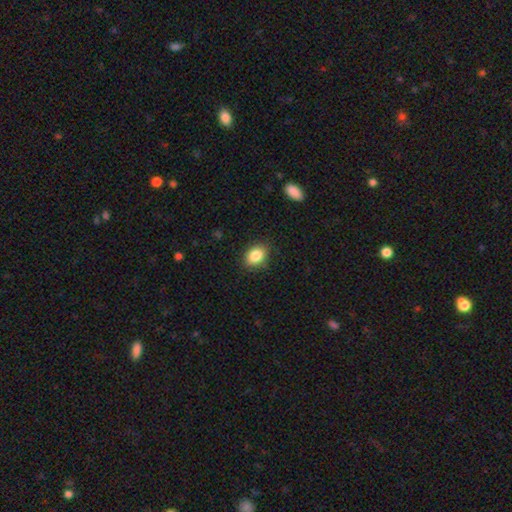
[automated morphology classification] A smooth galaxy with no disk features (85%) that is in between round and cigar-shaped (70%).

Vote fractions:
- Smooth or featured? smooth: 85% / star or artifact: 9% / featured or disk: 6%
- How rounded? in between: 70% / round: 29% / cigar-shaped: 1%
- Merging? none: 86% / minor disturbance: 11% / major disturbance: 2% / merger: 1%